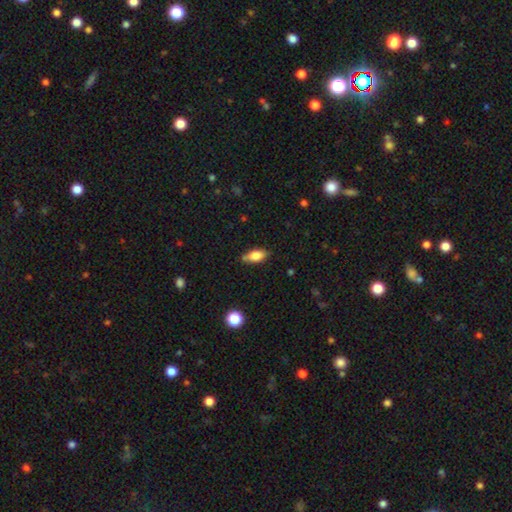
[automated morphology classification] Overall: smooth (75%). How rounded: in between (83%). Merging: none (73%).